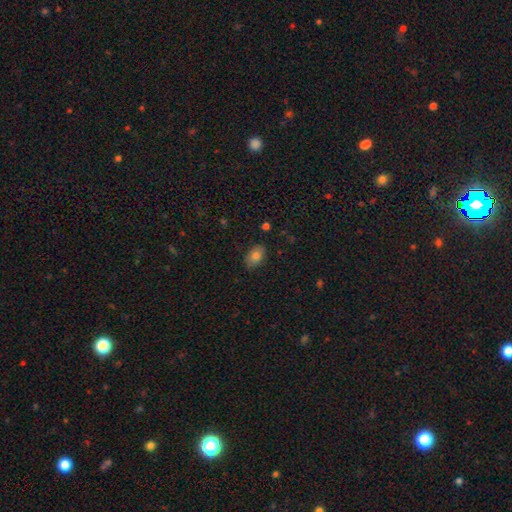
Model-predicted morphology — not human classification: Smooth or featured? smooth (82%)
How rounded? in between (88%)
Merging? none (83%)